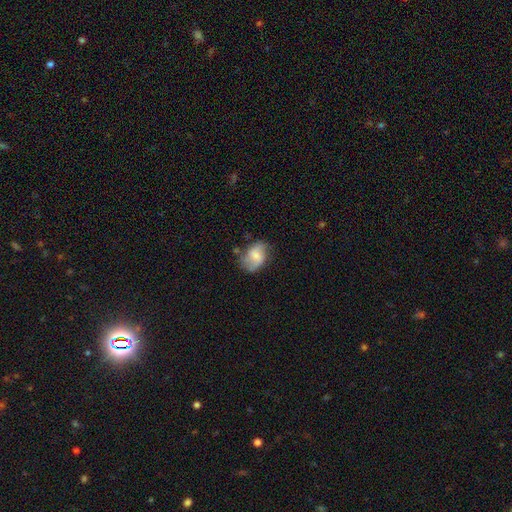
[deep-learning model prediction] Morphology: type=smooth (55%); roundness=in between (74%); merging=none (52%).